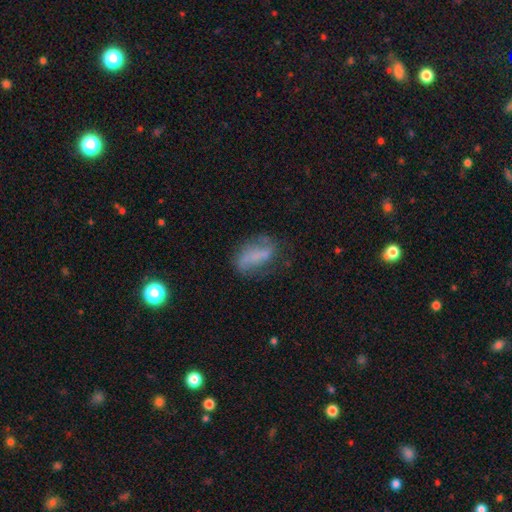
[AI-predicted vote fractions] Morphology: type=smooth (45%); merging=none (54%).